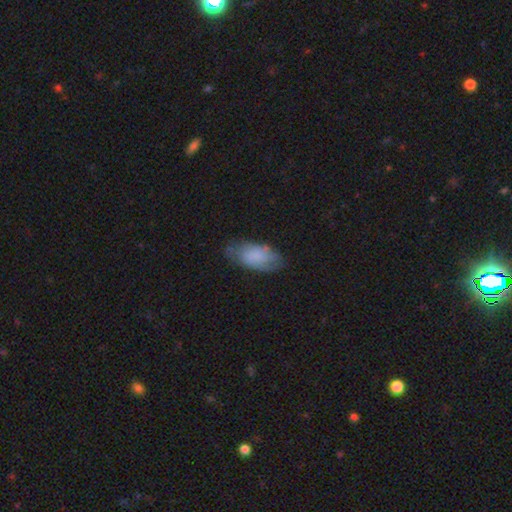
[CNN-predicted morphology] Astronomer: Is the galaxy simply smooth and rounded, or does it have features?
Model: smooth — 73%.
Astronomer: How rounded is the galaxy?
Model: in between — 93%.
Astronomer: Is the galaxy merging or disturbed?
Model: none — 64%.